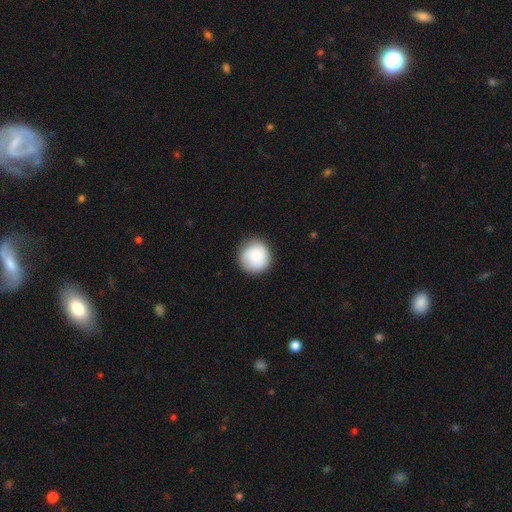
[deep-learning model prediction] Smooth or featured? Predicted: smooth (p=0.77). How rounded? Predicted: round (p=0.94). Merging? Predicted: none (p=0.86).